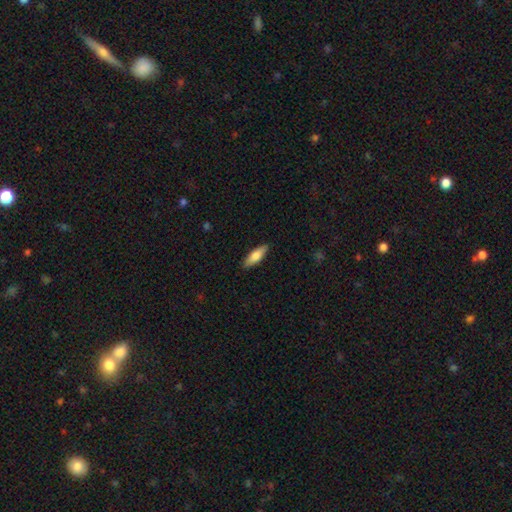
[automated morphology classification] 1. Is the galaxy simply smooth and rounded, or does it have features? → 74% smooth, 20% featured or disk, 6% star or artifact.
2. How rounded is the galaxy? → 50% in between, 48% cigar-shaped, 2% round.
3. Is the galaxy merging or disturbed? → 89% none, 9% minor disturbance, 2% major disturbance, 1% merger.